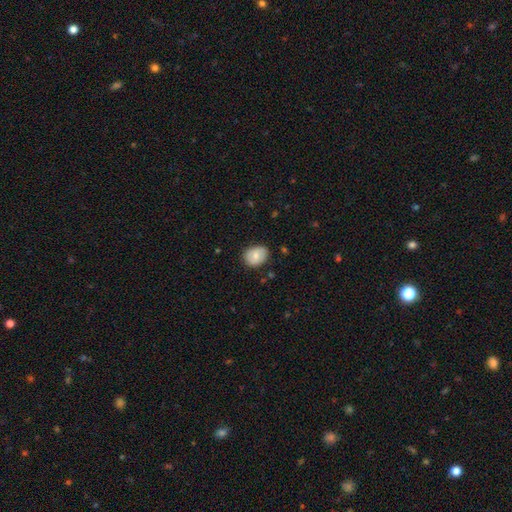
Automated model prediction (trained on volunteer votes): Smooth or featured? smooth (68%)
How rounded? in between (50%)
Merging? none (77%)